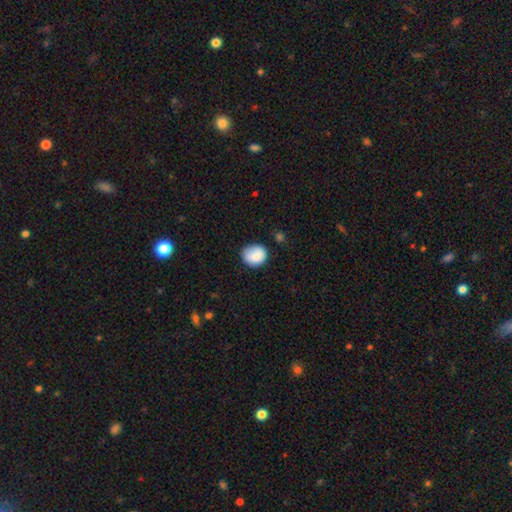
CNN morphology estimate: Smooth or featured: smooth — 84% (featured or disk — 9%)
How rounded: round — 69% (in between — 30%)
Merging: none — 72% (minor disturbance — 21%)